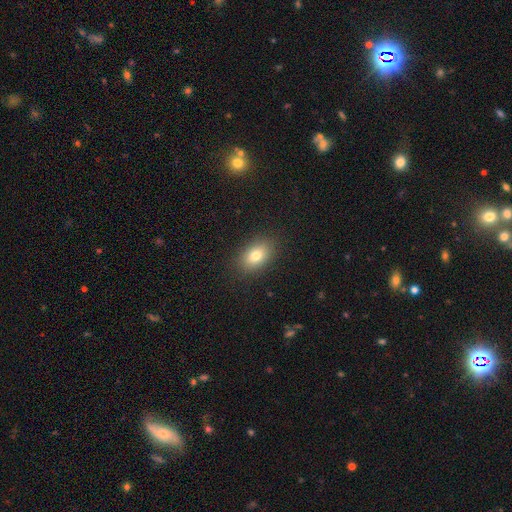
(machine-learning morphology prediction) Smooth or featured?
  - smooth: 79% *
  - featured or disk: 11%
  - star or artifact: 10%
How rounded?
  - in between: 83% *
  - round: 15%
  - cigar-shaped: 2%
Merging?
  - none: 87% *
  - minor disturbance: 9%
  - major disturbance: 3%
  - merger: 1%